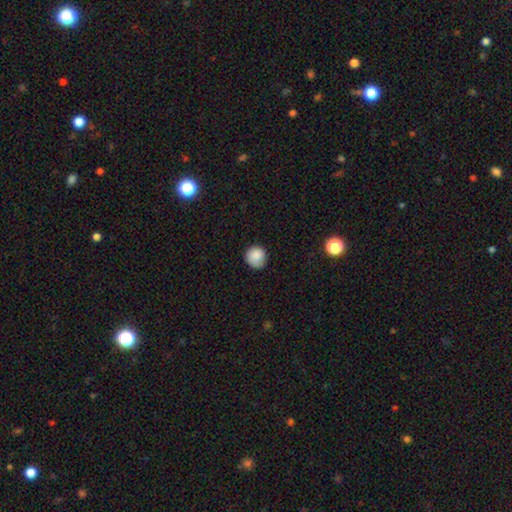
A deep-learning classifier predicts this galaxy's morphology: A smooth galaxy with no disk features (86%) that is round (90%).

Vote fractions:
- Smooth or featured? smooth: 86% / star or artifact: 8% / featured or disk: 6%
- How rounded? round: 90% / in between: 9% / cigar-shaped: 1%
- Merging? none: 75% / minor disturbance: 20% / major disturbance: 4% / merger: 1%